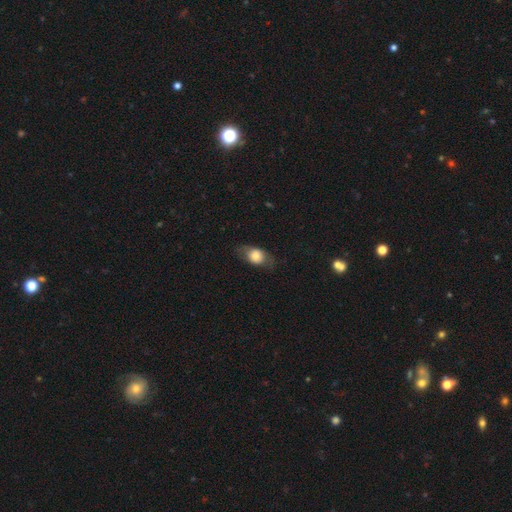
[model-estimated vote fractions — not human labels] smooth-or-featured: smooth: 68% | featured or disk: 24% | star or artifact: 8%
  how-rounded: in between: 65% | round: 32% | cigar-shaped: 4%
  merging: none: 72% | minor disturbance: 18% | major disturbance: 8% | merger: 1%